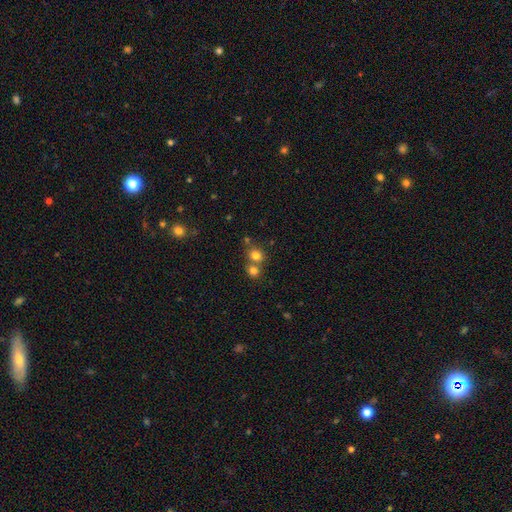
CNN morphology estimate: type=smooth (77%); roundness=round (82%); merging=none (49%).